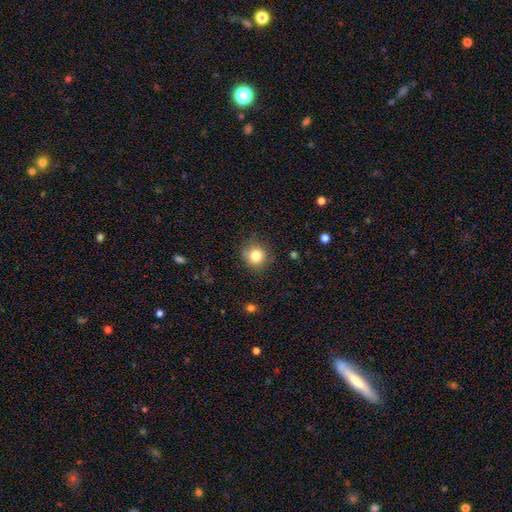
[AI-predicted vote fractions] The model was most divided on "merging": none: 82%, minor disturbance: 13%, major disturbance: 3%, merger: 2%. More confident: how rounded — round (88%); smooth or featured — smooth (82%).